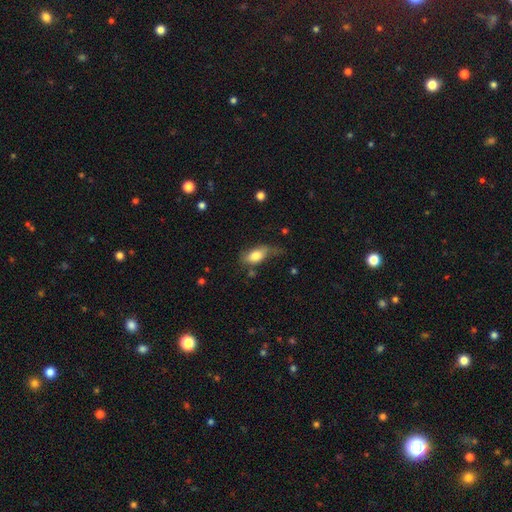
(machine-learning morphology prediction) smooth-or-featured: smooth: 77% | featured or disk: 16% | star or artifact: 7%
  how-rounded: in between: 88% | cigar-shaped: 6% | round: 6%
  merging: none: 39% | minor disturbance: 35% | major disturbance: 22% | merger: 4%